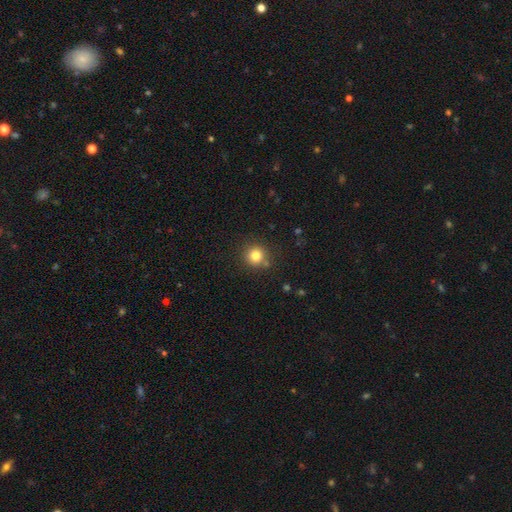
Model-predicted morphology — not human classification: smooth 81%, star or artifact 13%, featured or disk 6%. Down the decision tree: how rounded — round (93%); merging — none (83%).